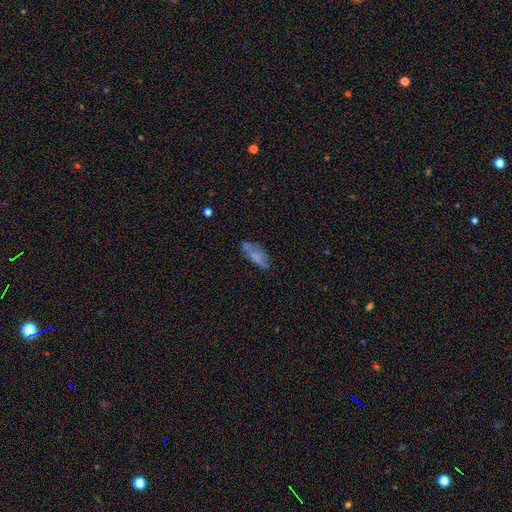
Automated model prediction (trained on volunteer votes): A smooth galaxy with no disk features (62%) that is in between round and cigar-shaped (68%).

Vote fractions:
- Smooth or featured? smooth: 62% / featured or disk: 28% / star or artifact: 10%
- How rounded? in between: 68% / cigar-shaped: 29% / round: 3%
- Merging? none: 55% / minor disturbance: 26% / major disturbance: 10% / merger: 9%